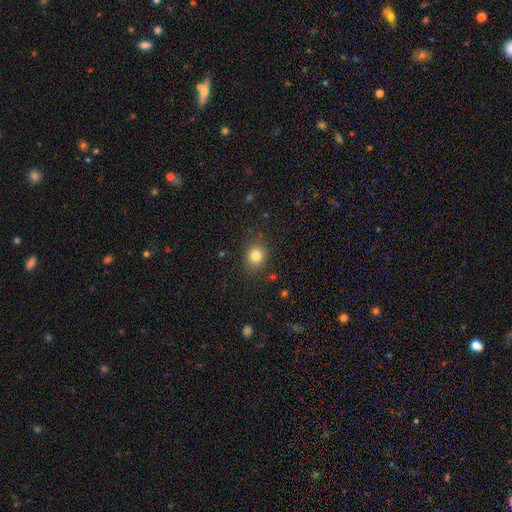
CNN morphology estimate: Smooth or featured?
  - smooth: 82% *
  - star or artifact: 11%
  - featured or disk: 7%
How rounded?
  - round: 67% *
  - in between: 32%
  - cigar-shaped: 1%
Merging?
  - none: 85% *
  - minor disturbance: 10%
  - major disturbance: 3%
  - merger: 1%